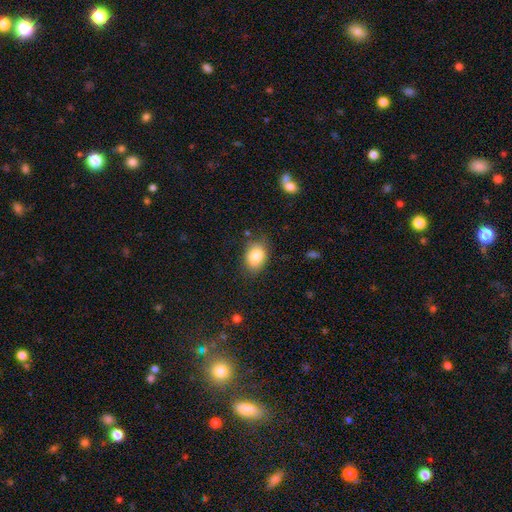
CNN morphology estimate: Overall: smooth (83%). How rounded: in between (73%). Merging: none (74%).